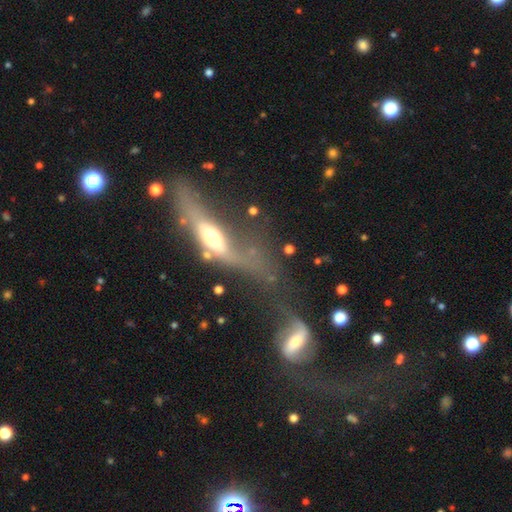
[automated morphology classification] Smooth or featured?
  - featured or disk: 64% *
  - smooth: 26%
  - star or artifact: 10%
Edge-on disk?
  - no: 51% *
  - yes: 49%
Merging?
  - major disturbance: 37% *
  - merger: 31%
  - none: 19%
  - minor disturbance: 14%